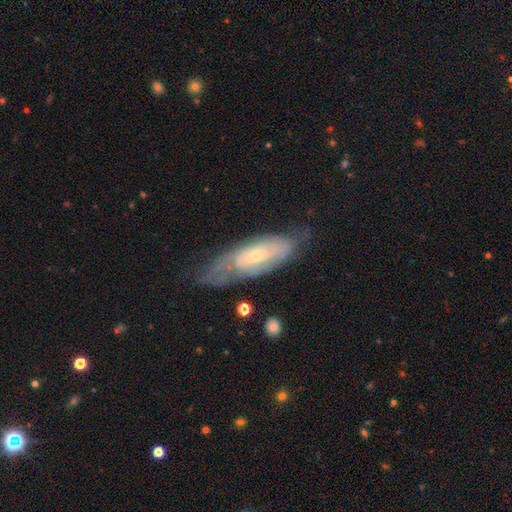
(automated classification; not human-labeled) Morphology: type=featured or disk (70%); edge-on=no (83%); bar=no (67%); spiral arms=yes (80%); bulge=small (63%); merging=none (57%).